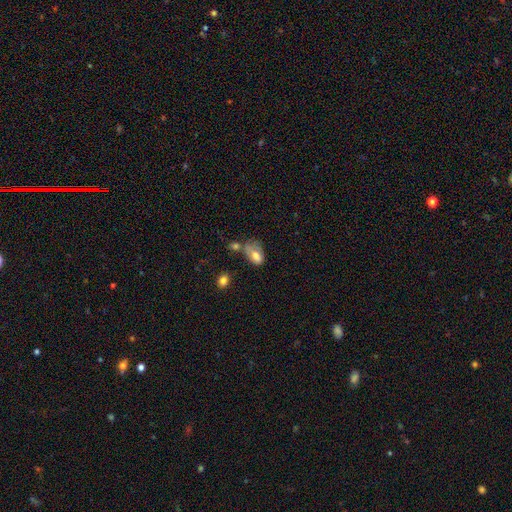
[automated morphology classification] The model was most divided on "merging": merger: 29%, minor disturbance: 25%, none: 23%, major disturbance: 22%. More confident: how rounded — in between (86%); smooth or featured — smooth (67%).